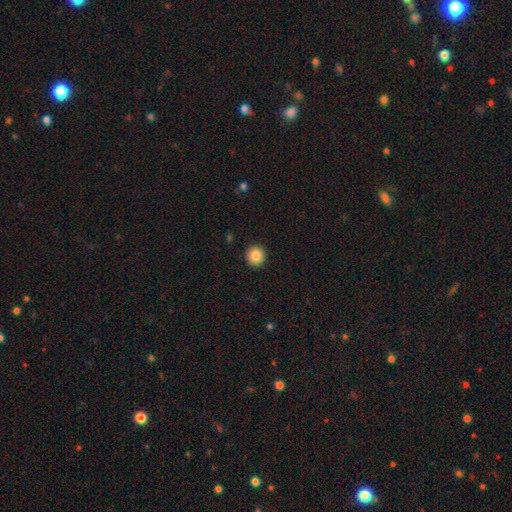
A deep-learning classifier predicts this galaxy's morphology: A smooth galaxy with no disk features (86%) that is round (95%).

Vote fractions:
- Smooth or featured? smooth: 86% / star or artifact: 9% / featured or disk: 5%
- How rounded? round: 95% / in between: 4% / cigar-shaped: 1%
- Merging? none: 93% / minor disturbance: 4% / major disturbance: 2% / merger: 1%